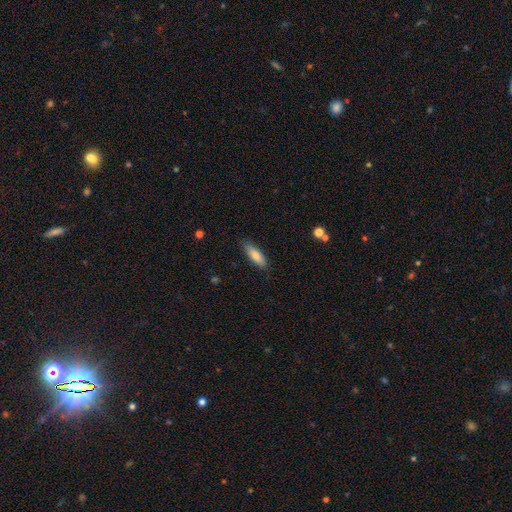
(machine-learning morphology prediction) Smooth or featured? smooth (80%)
How rounded? in between (55%)
Merging? none (85%)